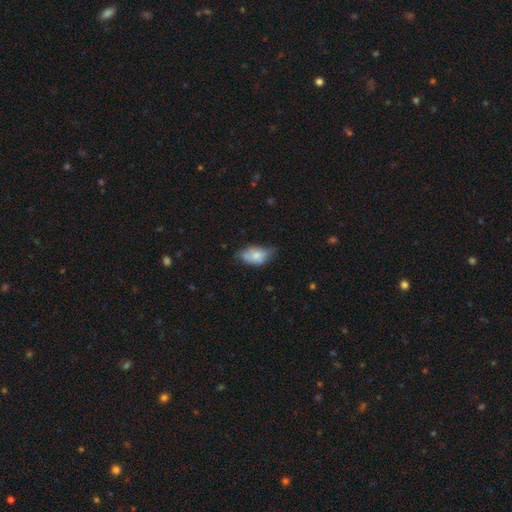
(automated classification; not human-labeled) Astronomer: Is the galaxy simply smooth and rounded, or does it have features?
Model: smooth — 69%.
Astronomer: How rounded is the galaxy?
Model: in between — 91%.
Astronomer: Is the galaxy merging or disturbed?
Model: minor disturbance — 43% (runner-up: none, 40%).